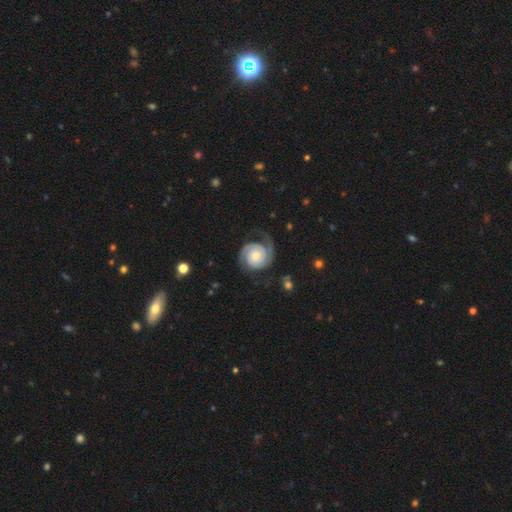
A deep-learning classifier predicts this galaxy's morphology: Smooth or featured: featured or disk — 83% (smooth — 11%)
Edge-on disk: no — 98% (yes — 2%)
Bar: no — 74% (weak — 21%)
Spiral arms: yes — 97% (no — 3%)
Spiral winding: tight — 47% (medium — 35%)
Spiral arm count: 2 — 79% (1 — 10%)
Bulge size: small — 51% (moderate — 37%)
Merging: none — 66% (minor disturbance — 17%)